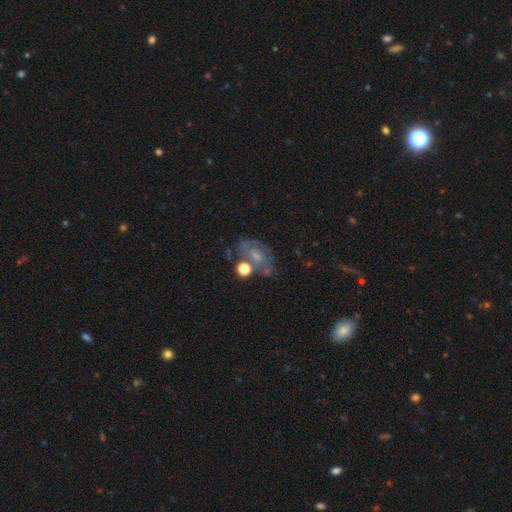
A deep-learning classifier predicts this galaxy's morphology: smooth_or_featured: featured or disk (p=0.53) [alt: smooth p=0.33]
disk_edge_on: no (p=0.95) [alt: yes p=0.05]
bar: no (p=0.63) [alt: weak p=0.30]
has_spiral_arms: yes (p=0.54) [alt: no p=0.46]
bulge_size: small (p=0.39) [alt: moderate p=0.36]
merging: none (p=0.48) [alt: minor disturbance p=0.21]